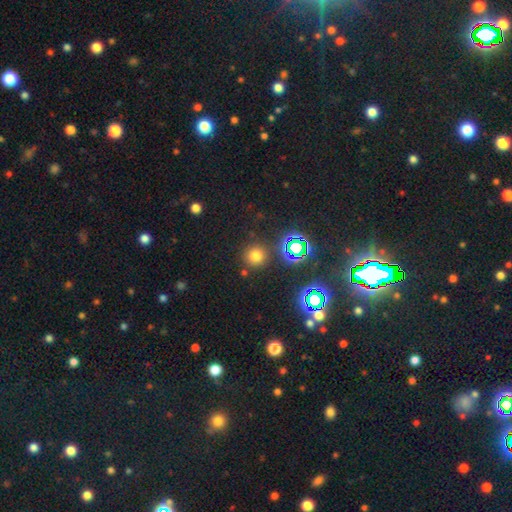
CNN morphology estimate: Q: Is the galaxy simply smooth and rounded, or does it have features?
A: smooth — 67%.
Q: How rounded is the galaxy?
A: round — 93%.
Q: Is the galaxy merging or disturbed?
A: none — 84%.